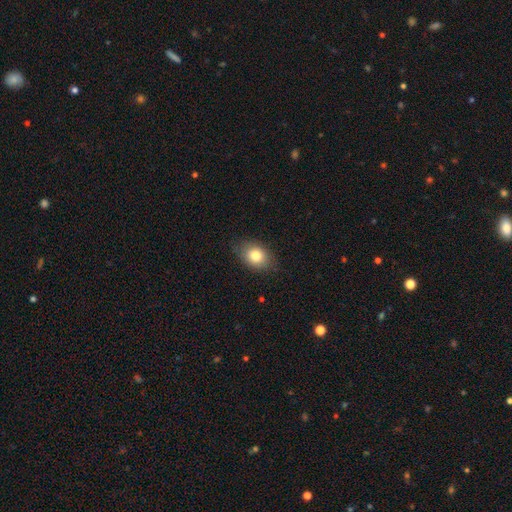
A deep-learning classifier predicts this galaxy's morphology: Smooth or featured: smooth — 80% (featured or disk — 11%)
How rounded: in between — 70% (round — 29%)
Merging: none — 81% (minor disturbance — 15%)